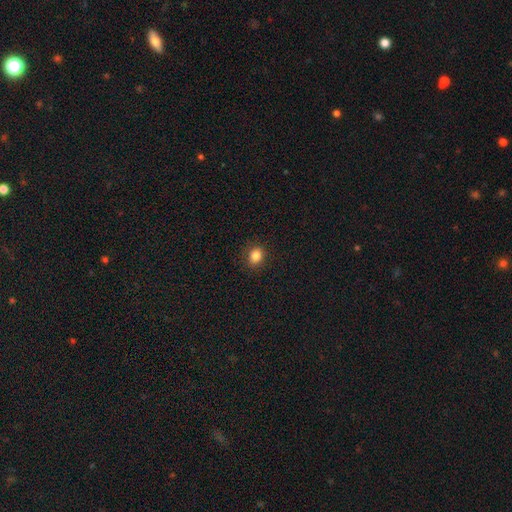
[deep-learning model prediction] smooth 84%, star or artifact 11%, featured or disk 5%. Down the decision tree: how rounded — round (55%); merging — none (87%).